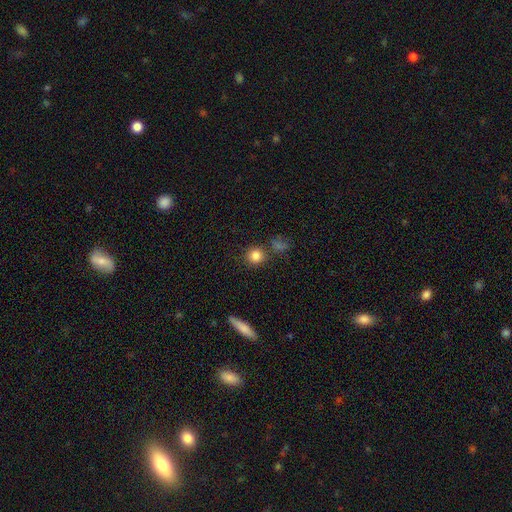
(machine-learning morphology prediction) This is clearly a smooth galaxy (84%). How rounded: clearly round (90%). Merging: likely none (77%).